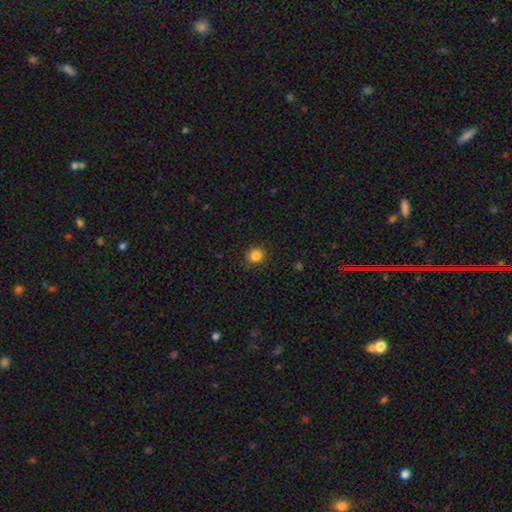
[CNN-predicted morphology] Overall: smooth (85%). How rounded: round (90%). Merging: none (90%).